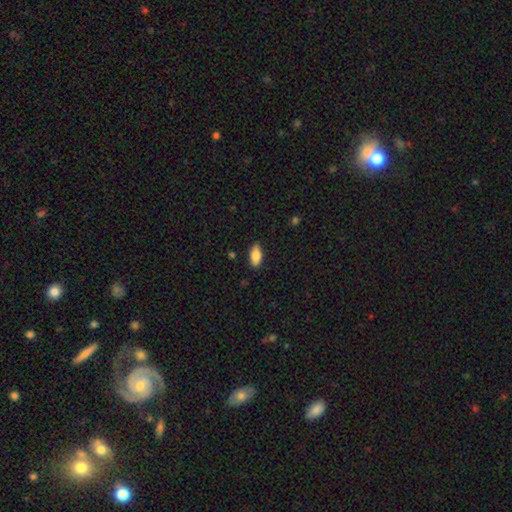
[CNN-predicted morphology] This is clearly a smooth galaxy (82%). How rounded: clearly in between (87%). Merging: clearly none (85%).